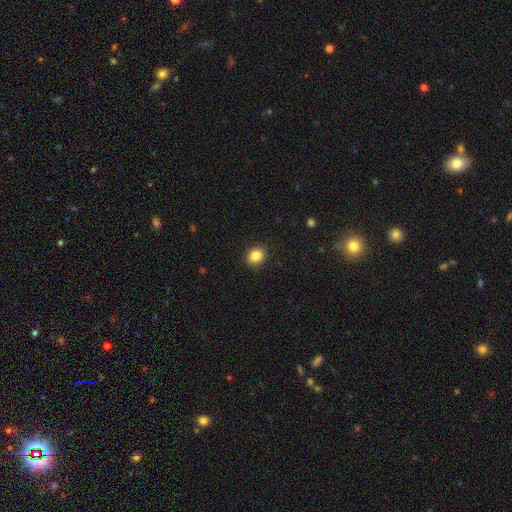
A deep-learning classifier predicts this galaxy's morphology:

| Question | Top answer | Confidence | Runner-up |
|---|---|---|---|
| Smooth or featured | smooth | 85% | star or artifact (10%) |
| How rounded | round | 67% | in between (32%) |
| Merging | none | 90% | minor disturbance (7%) |